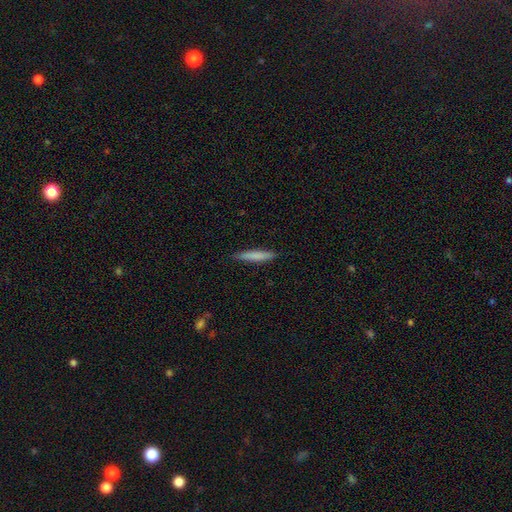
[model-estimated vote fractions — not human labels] A smooth galaxy with no disk features (76%) that is cigar-shaped (93%). Merging: none (88%).